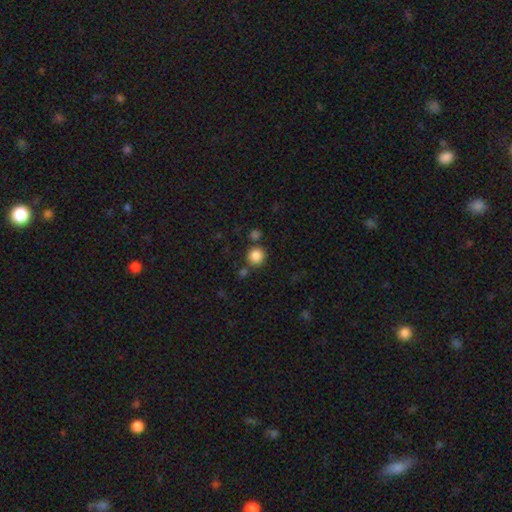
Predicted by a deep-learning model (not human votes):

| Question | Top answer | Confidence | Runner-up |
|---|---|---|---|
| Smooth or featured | smooth | 85% | star or artifact (10%) |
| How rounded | round | 93% | in between (6%) |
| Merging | none | 79% | merger (9%) |